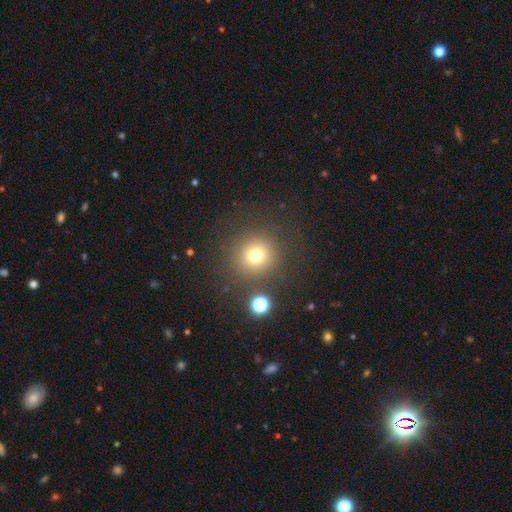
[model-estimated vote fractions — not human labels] Smooth or featured?
  - smooth: 73% *
  - star or artifact: 18%
  - featured or disk: 9%
How rounded?
  - round: 94% *
  - in between: 5%
  - cigar-shaped: 1%
Merging?
  - none: 86% *
  - minor disturbance: 7%
  - major disturbance: 4%
  - merger: 4%